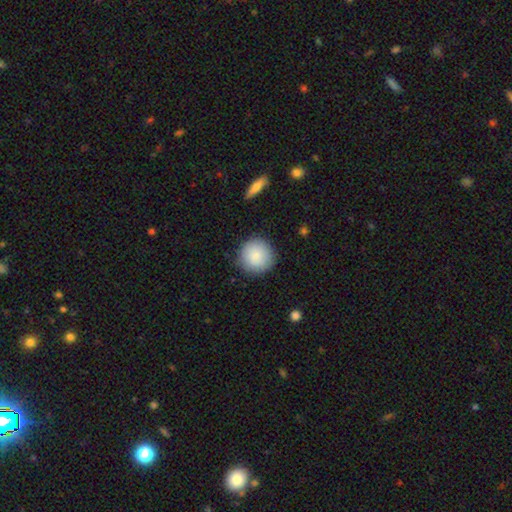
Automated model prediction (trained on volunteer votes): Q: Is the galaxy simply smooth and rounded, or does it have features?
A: smooth — 86%.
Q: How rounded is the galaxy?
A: round — 95%.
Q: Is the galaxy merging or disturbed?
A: none — 88%.